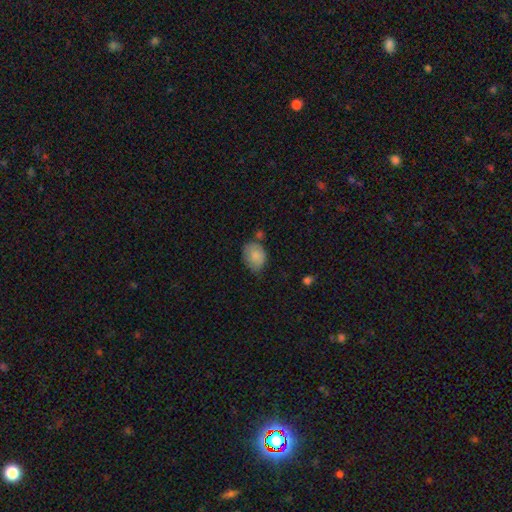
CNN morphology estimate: A smooth galaxy with no disk features (83%) that is in between round and cigar-shaped (69%). Merging: none (53%).